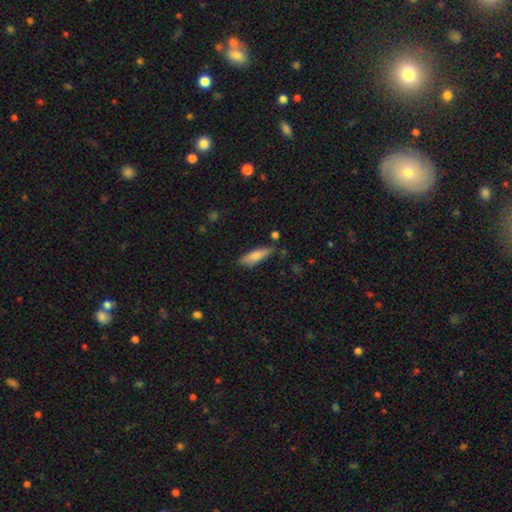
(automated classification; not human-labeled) smooth-or-featured: smooth: 81% | featured or disk: 13% | star or artifact: 6%
  how-rounded: cigar-shaped: 53% | in between: 45% | round: 2%
  merging: none: 71% | minor disturbance: 21% | major disturbance: 4% | merger: 4%